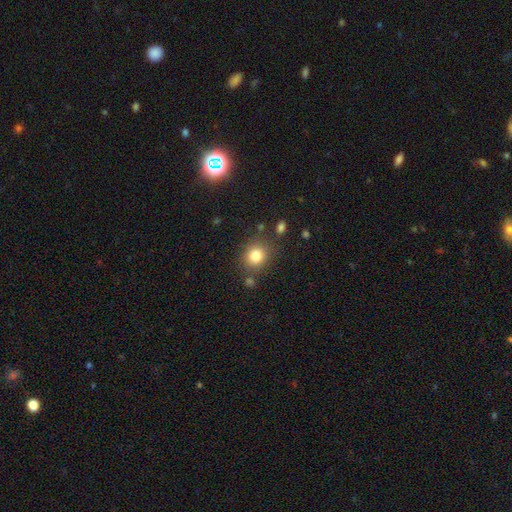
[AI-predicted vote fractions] Smooth or featured: smooth — 81% (star or artifact — 12%)
How rounded: round — 78% (in between — 21%)
Merging: none — 78% (minor disturbance — 11%)